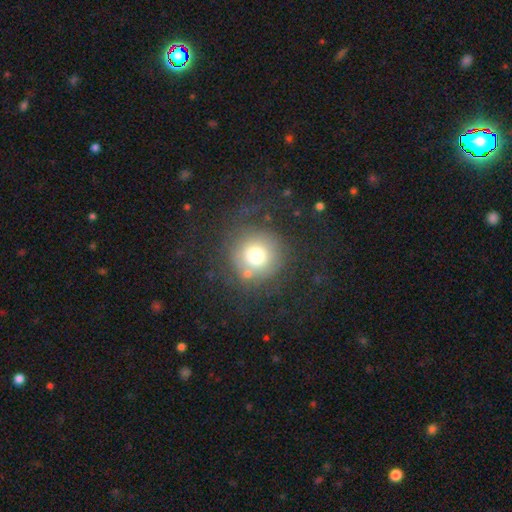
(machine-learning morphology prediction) The model was most divided on "merging": none: 65%, minor disturbance: 16%, major disturbance: 15%, merger: 5%. More confident: how rounded — round (94%); smooth or featured — smooth (68%).